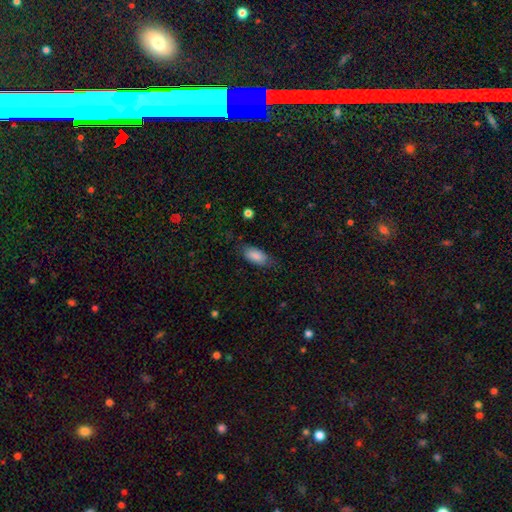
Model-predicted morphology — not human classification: Overall: smooth (86%). How rounded: in between (89%). Merging: none (71%).